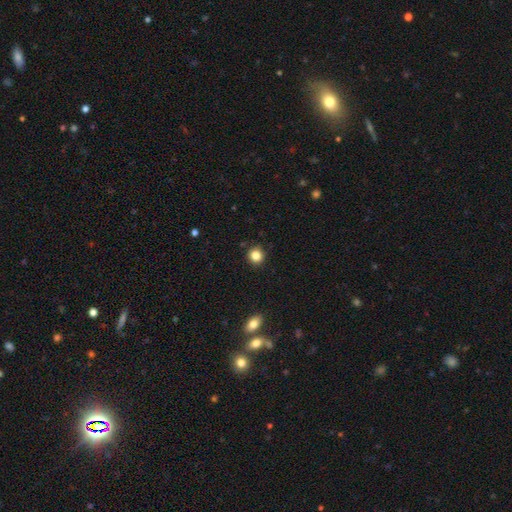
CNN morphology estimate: smooth_or_featured: smooth (p=0.84) [alt: star or artifact p=0.11]
how_rounded: round (p=0.90) [alt: in between p=0.09]
merging: none (p=0.90) [alt: minor disturbance p=0.06]